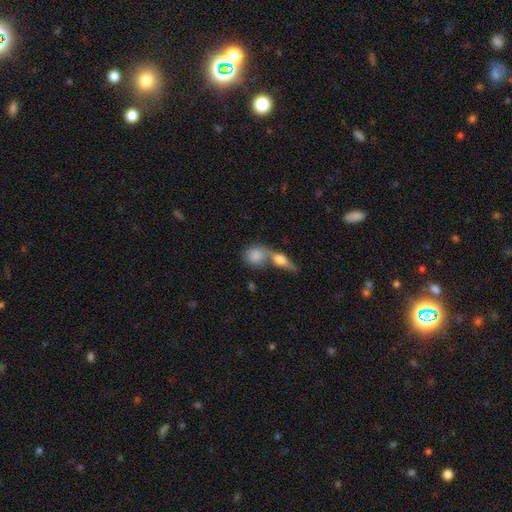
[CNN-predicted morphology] A smooth galaxy with no disk features (79%) that is round (59%).

Vote fractions:
- Smooth or featured? smooth: 79% / featured or disk: 14% / star or artifact: 7%
- How rounded? round: 59% / in between: 36% / cigar-shaped: 5%
- Merging? merger: 52% / none: 34% / minor disturbance: 9% / major disturbance: 5%